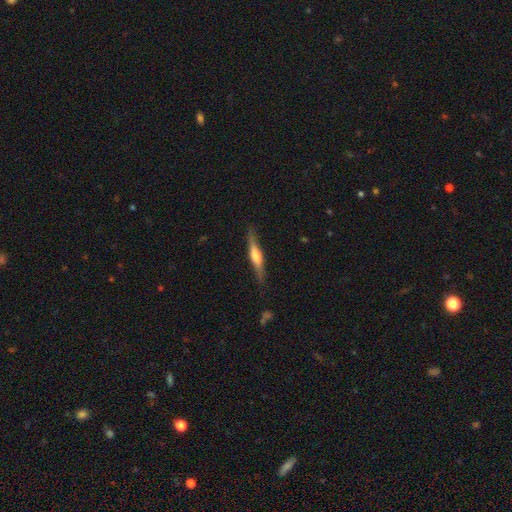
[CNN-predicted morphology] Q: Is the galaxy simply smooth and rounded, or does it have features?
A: featured or disk — 60%.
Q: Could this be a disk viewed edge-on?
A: yes — 95%.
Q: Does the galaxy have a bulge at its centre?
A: rounded — 78%.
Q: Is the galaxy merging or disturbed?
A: none — 84%.